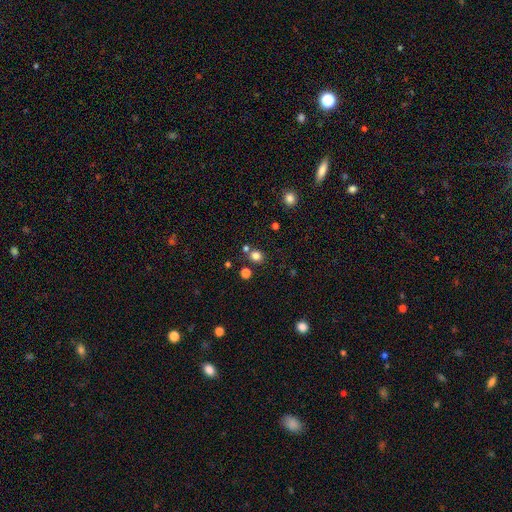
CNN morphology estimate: Smooth or featured: smooth — 79% (star or artifact — 16%)
How rounded: round — 78% (in between — 21%)
Merging: none — 75% (merger — 13%)